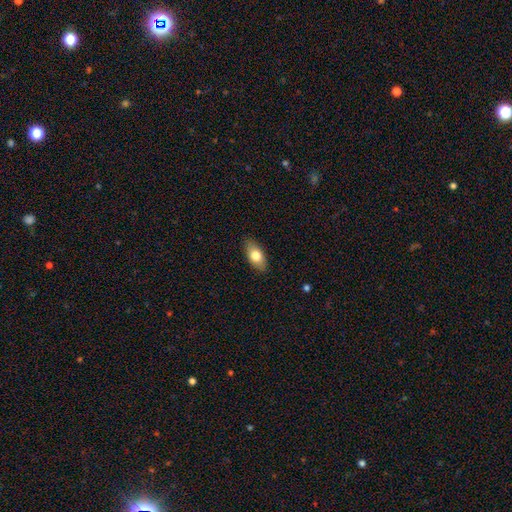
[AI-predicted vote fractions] Overall: smooth (75%). How rounded: in between (88%). Merging: none (87%).